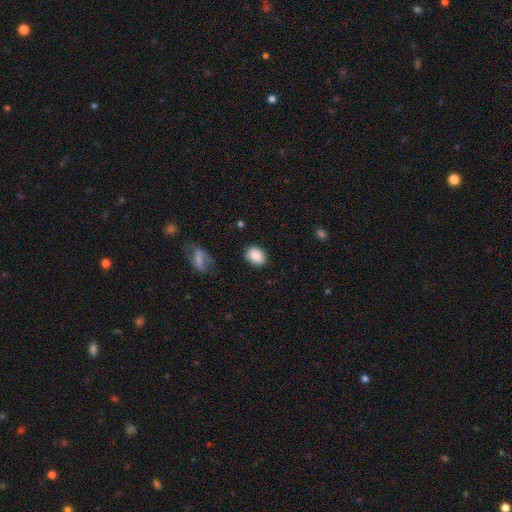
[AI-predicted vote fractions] The model was most divided on "how rounded": in between: 70%, round: 29%, cigar-shaped: 1%. More confident: smooth or featured — smooth (87%); merging — none (82%).